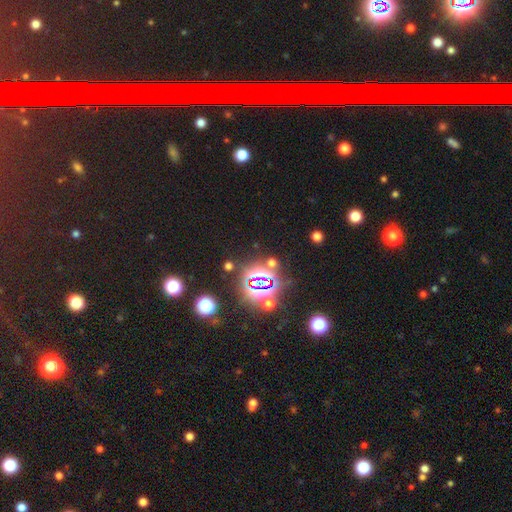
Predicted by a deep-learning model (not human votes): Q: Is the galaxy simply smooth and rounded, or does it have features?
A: star or artifact — 75%.